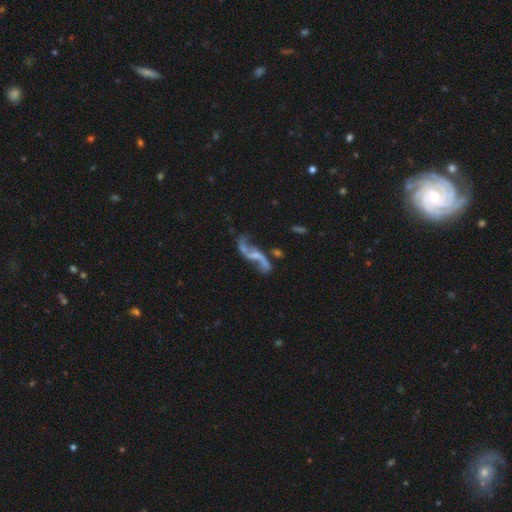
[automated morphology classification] Q: Smooth or featured?
A: featured or disk (84%); runner-up: smooth (9%)
Q: Edge-on disk?
A: no (93%); runner-up: yes (7%)
Q: Bar?
A: no (46%); runner-up: weak (38%)
Q: Spiral arms?
A: yes (91%); runner-up: no (9%)
Q: Spiral winding?
A: loose (90%); runner-up: medium (8%)
Q: Spiral arm count?
A: 2 (91%); runner-up: 1 (3%)
Q: Bulge size?
A: none (41%); tied with: small (41%)
Q: Merging?
A: none (55%); runner-up: minor disturbance (17%)